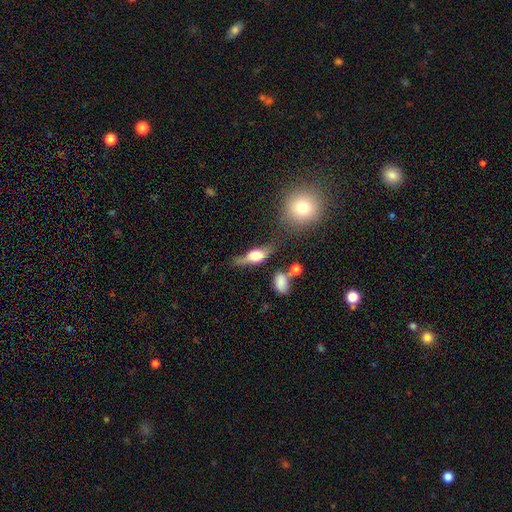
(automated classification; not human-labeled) A smooth galaxy with no disk features (48%). Merging: none (43%).